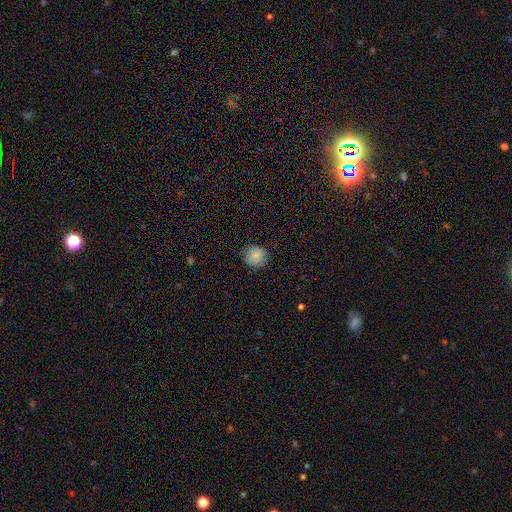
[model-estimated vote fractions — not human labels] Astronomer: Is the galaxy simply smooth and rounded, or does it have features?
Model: smooth — 84%.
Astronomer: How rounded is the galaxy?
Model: round — 93%.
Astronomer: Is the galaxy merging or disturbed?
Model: none — 87%.